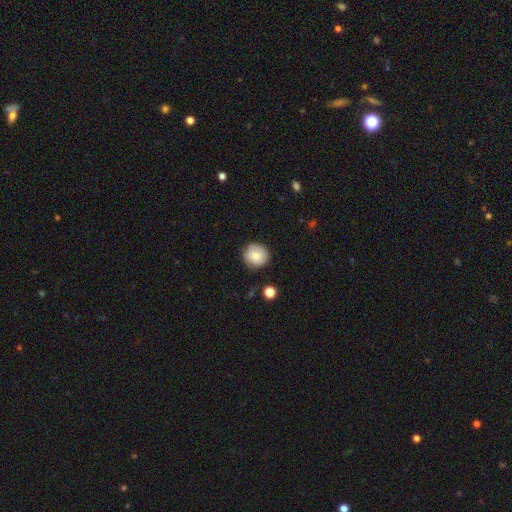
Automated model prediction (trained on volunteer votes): Overall: smooth (81%). How rounded: round (94%). Merging: none (85%).